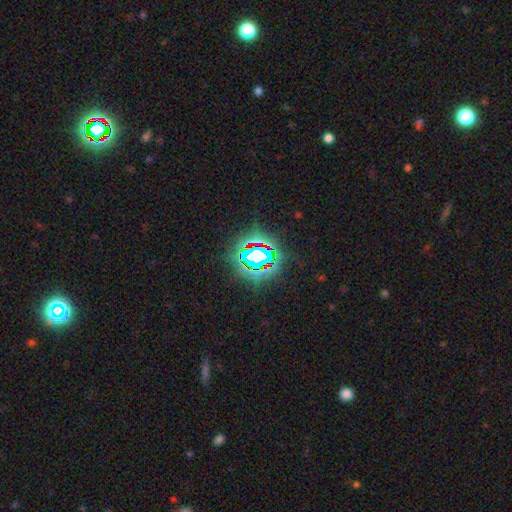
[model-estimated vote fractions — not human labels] A star or artifact, not a galaxy (71%).

Vote fractions:
- Smooth or featured? star or artifact: 71% / smooth: 16% / featured or disk: 12%